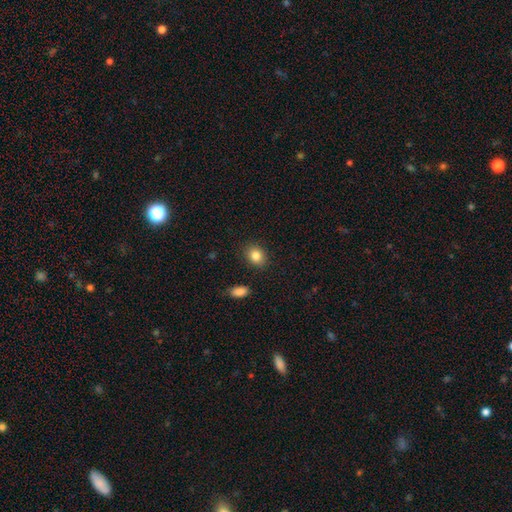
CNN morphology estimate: Smooth or featured: smooth — 85% (star or artifact — 9%)
How rounded: in between — 50% (round — 49%)
Merging: none — 87% (minor disturbance — 8%)